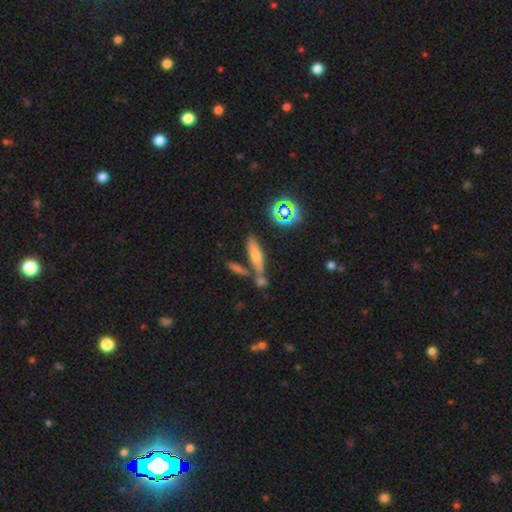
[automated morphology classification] Overall: smooth (58%; featured or disk 24%). How rounded: cigar-shaped (68%; in between 28%). Merging: none (55%; merger 29%).